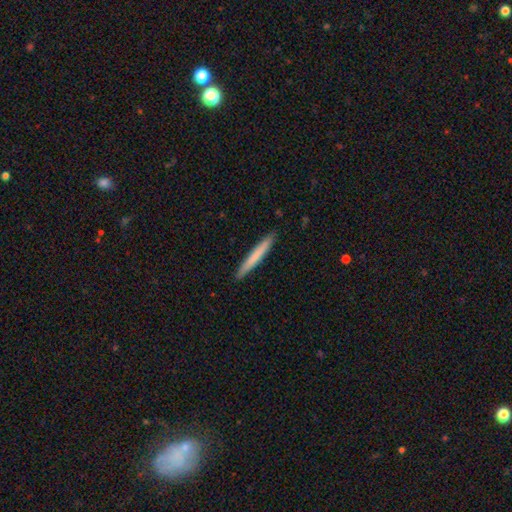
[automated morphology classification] This appears to be a smooth galaxy with no disk features (71%) that is cigar-shaped (97%). Merging: none (92%).